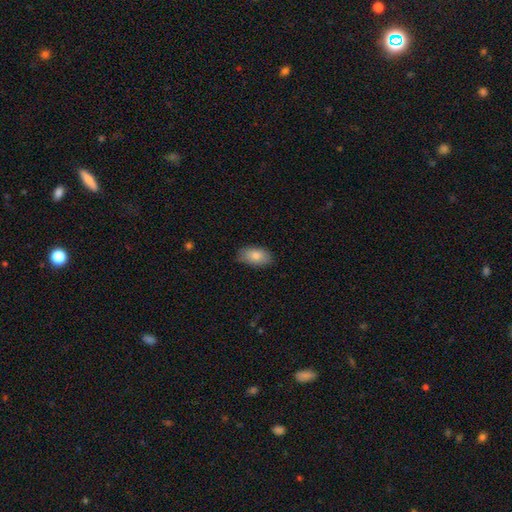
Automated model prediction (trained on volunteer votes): This is clearly a smooth galaxy (82%). How rounded: clearly in between (93%). Merging: clearly none (81%).